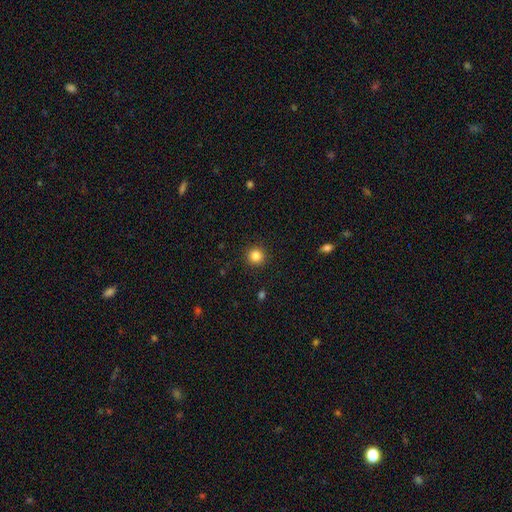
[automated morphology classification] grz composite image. It shows a smooth galaxy with no disk features (84%) that is round (93%). Merging: none (92%).